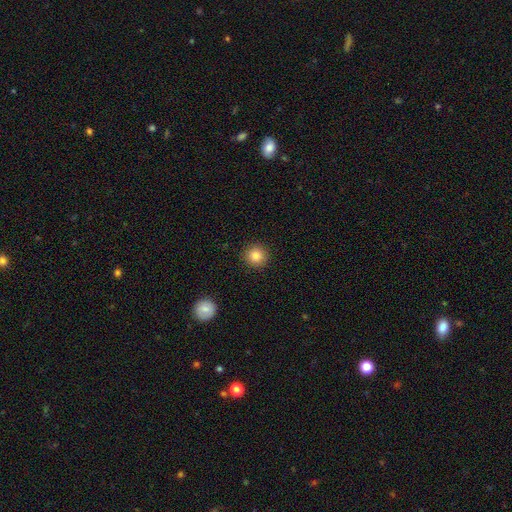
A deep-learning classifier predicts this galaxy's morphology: Smooth or featured? Predicted: smooth (p=0.84). How rounded? Predicted: round (p=0.94). Merging? Predicted: none (p=0.92).